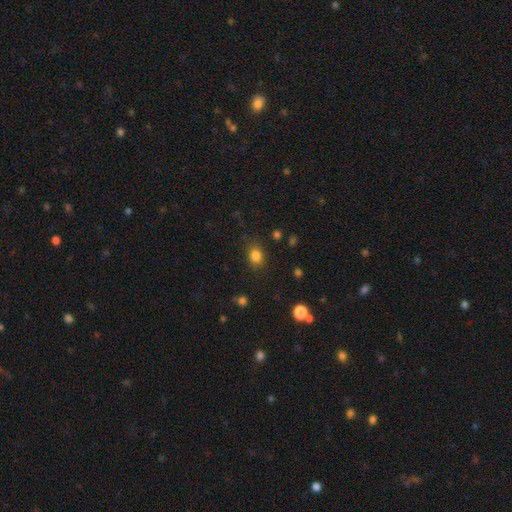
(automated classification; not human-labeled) Morphology: type=smooth (83%); roundness=in between (51%); merging=none (81%).